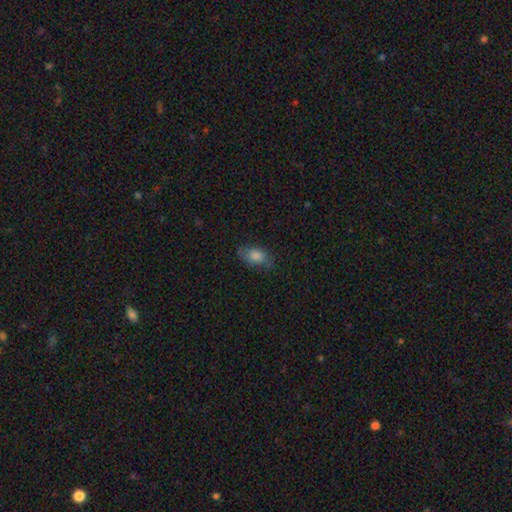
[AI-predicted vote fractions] Smooth or featured?
  - smooth: 73% *
  - featured or disk: 16%
  - star or artifact: 10%
How rounded?
  - in between: 87% *
  - round: 10%
  - cigar-shaped: 4%
Merging?
  - none: 73% *
  - minor disturbance: 20%
  - major disturbance: 6%
  - merger: 1%